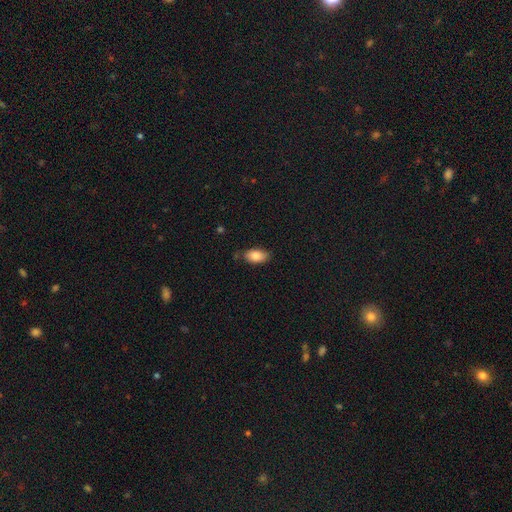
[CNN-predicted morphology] Q: Smooth or featured?
A: smooth (84%); runner-up: featured or disk (8%)
Q: How rounded?
A: in between (92%); runner-up: round (5%)
Q: Merging?
A: none (76%); runner-up: minor disturbance (18%)